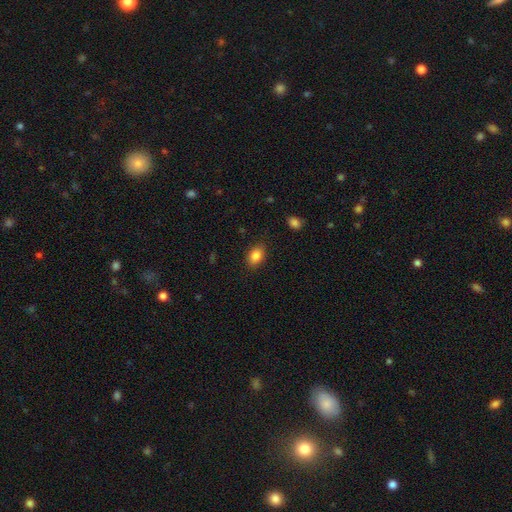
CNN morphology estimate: Smooth or featured? Predicted: smooth (p=0.86). How rounded? Predicted: in between (p=0.80). Merging? Predicted: none (p=0.85).